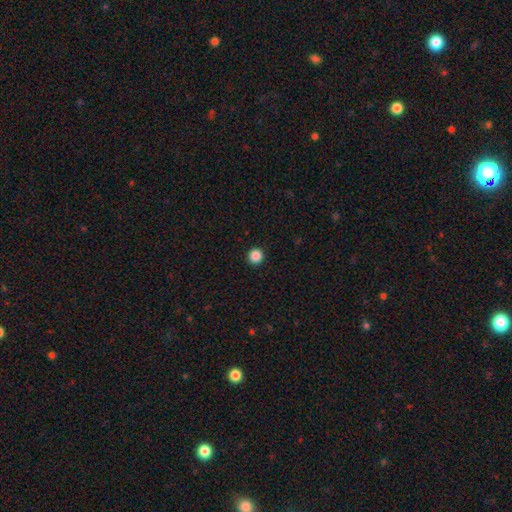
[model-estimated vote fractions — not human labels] Smooth or featured? Predicted: smooth (p=0.87). How rounded? Predicted: round (p=0.96). Merging? Predicted: none (p=0.94).